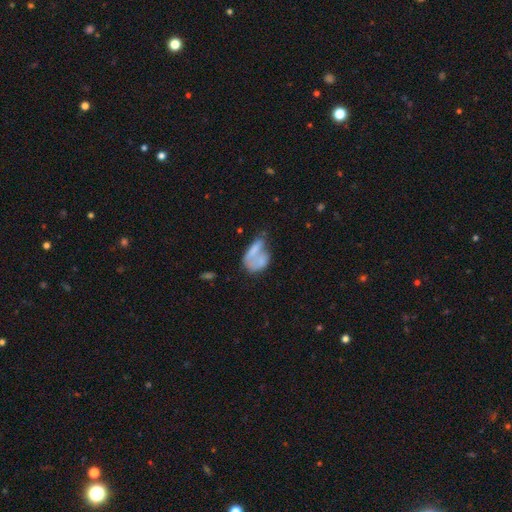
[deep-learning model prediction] Overall: smooth (58%; featured or disk 32%). How rounded: in between (76%). Merging: merger (33%; major disturbance 27%).